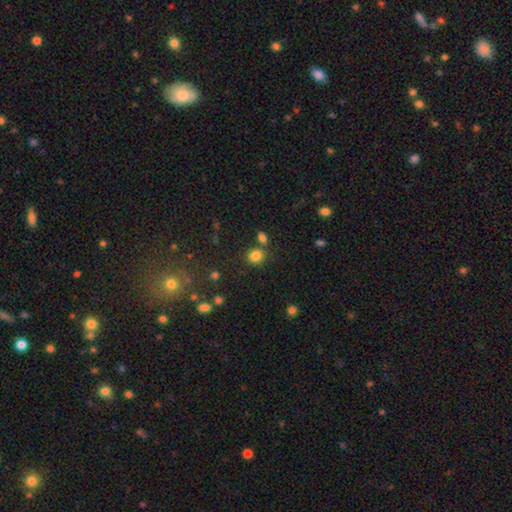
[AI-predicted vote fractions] smooth 81%, star or artifact 13%, featured or disk 5%. Down the decision tree: how rounded — round (80%); merging — none (71%).